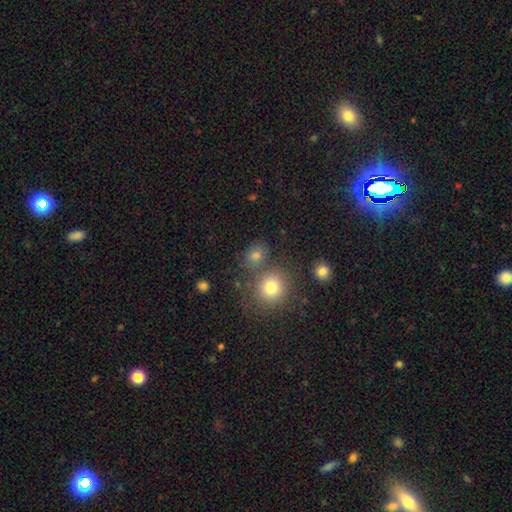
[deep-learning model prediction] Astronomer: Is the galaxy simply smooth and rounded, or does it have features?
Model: smooth — 75%.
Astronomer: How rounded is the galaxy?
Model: round — 64%.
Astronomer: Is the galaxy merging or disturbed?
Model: none — 69%.